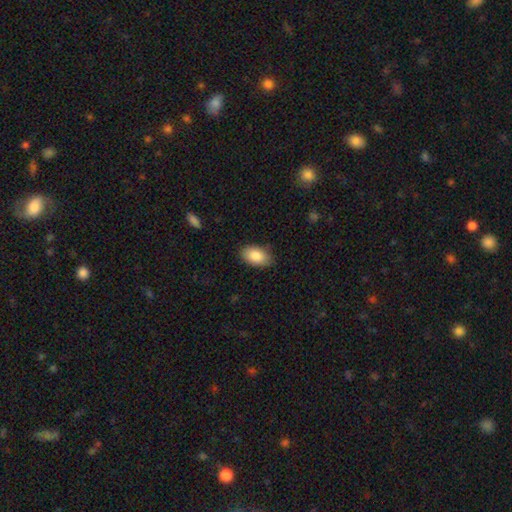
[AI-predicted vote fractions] smooth-or-featured: smooth: 86% | featured or disk: 8% | star or artifact: 7%
  how-rounded: in between: 93% | round: 6% | cigar-shaped: 1%
  merging: none: 84% | minor disturbance: 12% | major disturbance: 2% | merger: 1%